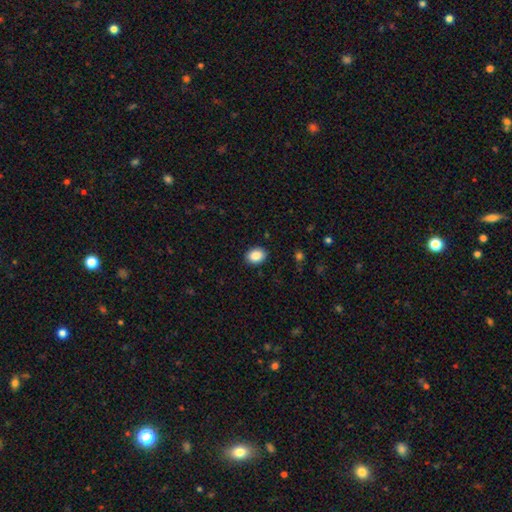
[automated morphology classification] smooth_or_featured: smooth (p=0.88) [alt: star or artifact p=0.08]
how_rounded: in between (p=0.61) [alt: round p=0.38]
merging: none (p=0.89) [alt: minor disturbance p=0.08]